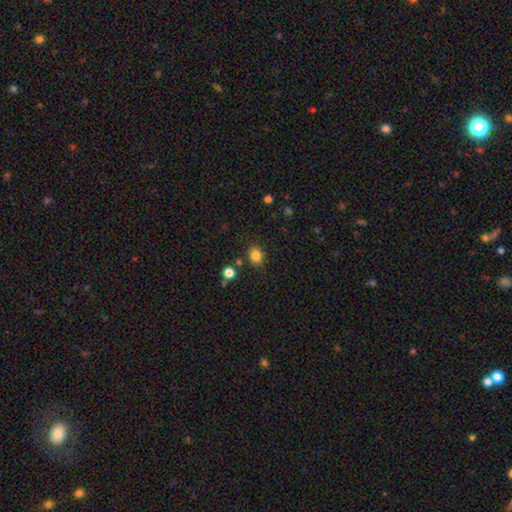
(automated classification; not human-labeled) Smooth or featured: smooth — 82% (star or artifact — 12%)
How rounded: round — 63% (in between — 37%)
Merging: none — 81% (minor disturbance — 11%)